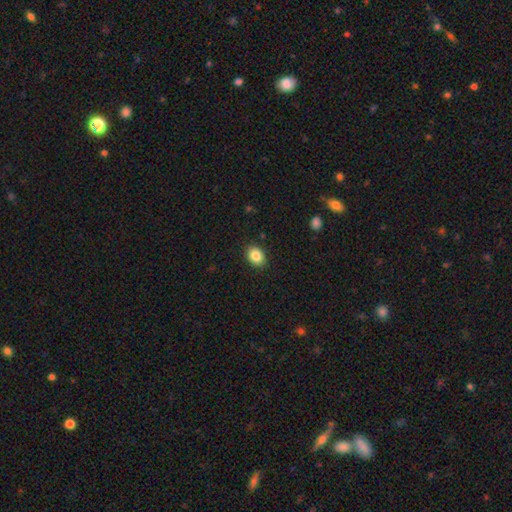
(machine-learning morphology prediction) Smooth or featured? smooth (86%)
How rounded? in between (67%)
Merging? none (89%)